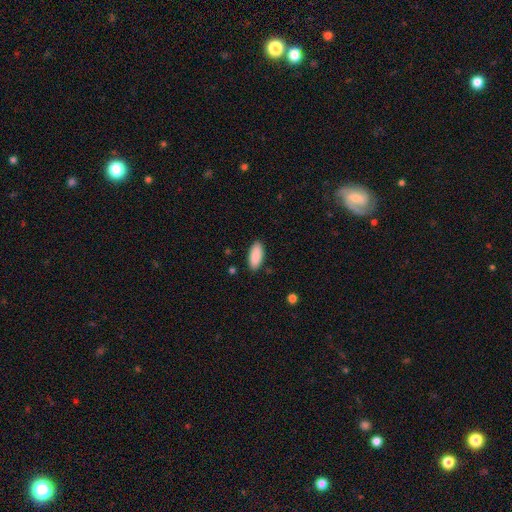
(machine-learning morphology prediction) Smooth or featured? Predicted: smooth (p=0.90). How rounded? Predicted: in between (p=0.84). Merging? Predicted: none (p=0.88).